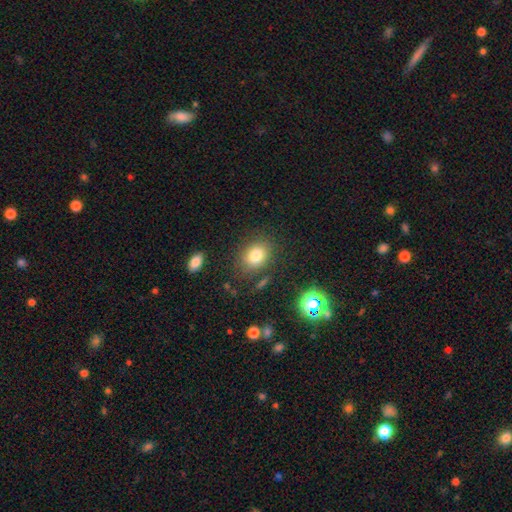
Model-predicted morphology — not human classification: This is clearly a smooth galaxy (80%). How rounded: possibly in between (57%). Merging: clearly none (81%).